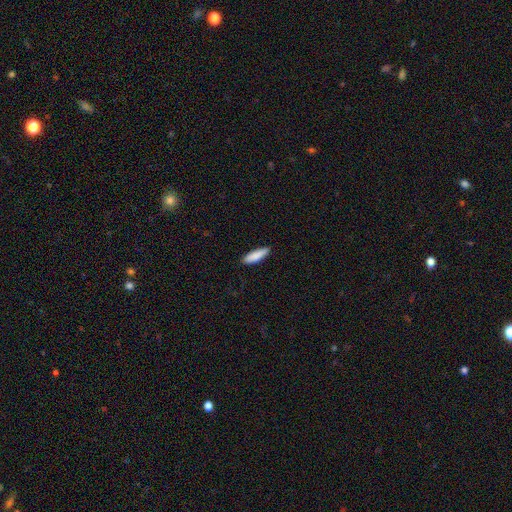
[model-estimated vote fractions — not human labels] smooth-or-featured: smooth: 88% | featured or disk: 7% | star or artifact: 6%
  how-rounded: cigar-shaped: 60% | in between: 38% | round: 1%
  merging: none: 87% | minor disturbance: 10% | major disturbance: 2% | merger: 1%